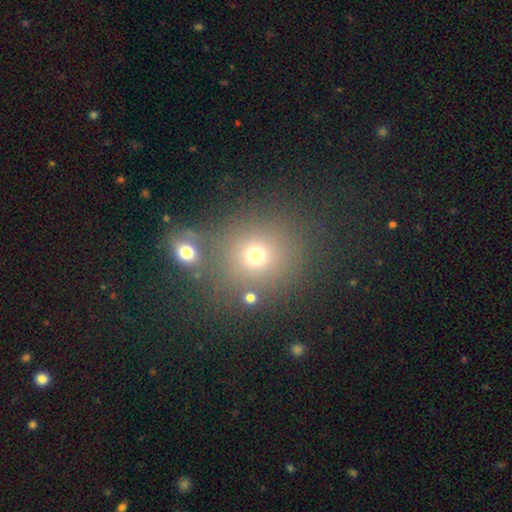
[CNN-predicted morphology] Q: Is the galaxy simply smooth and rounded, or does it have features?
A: smooth — 68%.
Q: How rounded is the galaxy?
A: round — 83%.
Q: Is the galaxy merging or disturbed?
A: none — 68%.